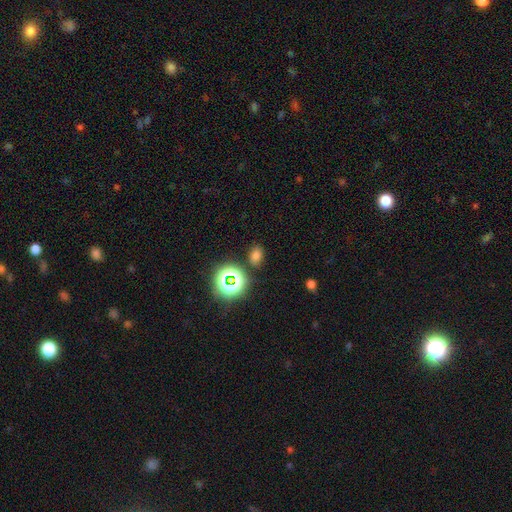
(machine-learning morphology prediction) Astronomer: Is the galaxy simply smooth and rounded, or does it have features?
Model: smooth — 68%.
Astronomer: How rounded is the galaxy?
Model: in between — 71%.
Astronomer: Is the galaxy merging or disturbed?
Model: none — 82%.